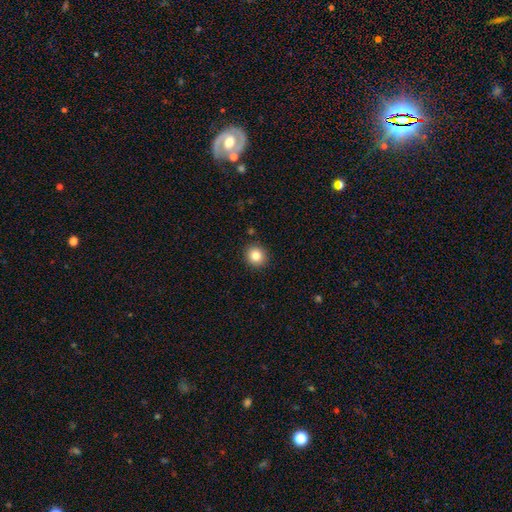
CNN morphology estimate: The model was most divided on "smooth or featured": smooth: 83%, star or artifact: 10%, featured or disk: 6%. More confident: merging — none (91%); how rounded — round (87%).